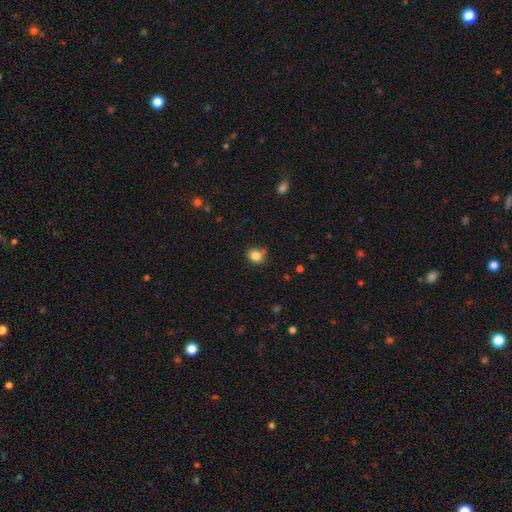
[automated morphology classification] A smooth galaxy with no disk features (84%) that is round (76%). Merging: none (71%).